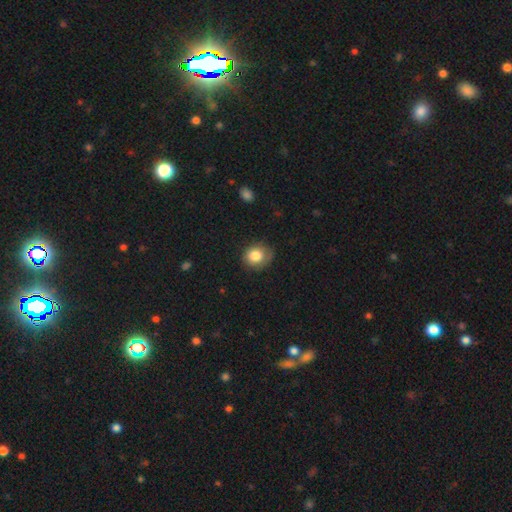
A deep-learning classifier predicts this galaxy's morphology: smooth_or_featured: smooth (p=0.82) [alt: featured or disk p=0.09]
how_rounded: round (p=0.70) [alt: in between p=0.29]
merging: none (p=0.72) [alt: minor disturbance p=0.21]